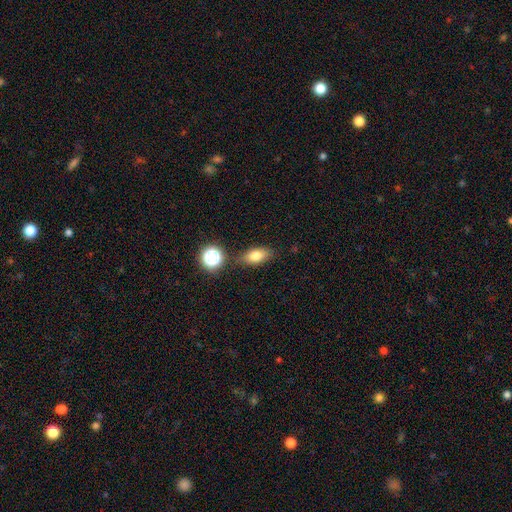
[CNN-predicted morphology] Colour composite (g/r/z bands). It shows a smooth galaxy with no disk features (77%) that is in between round and cigar-shaped (80%). Merging: none (80%).